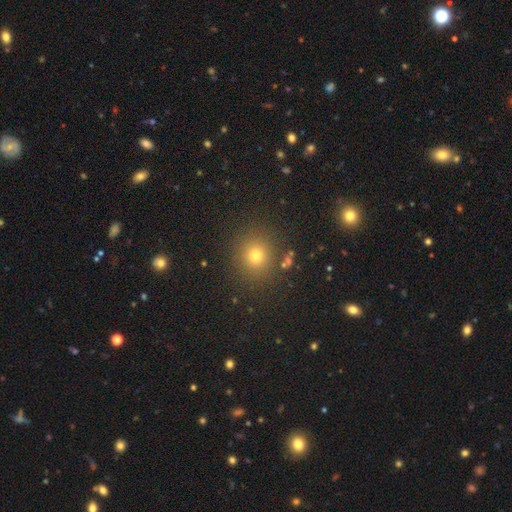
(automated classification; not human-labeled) Smooth or featured? smooth (74%)
How rounded? round (84%)
Merging? none (86%)